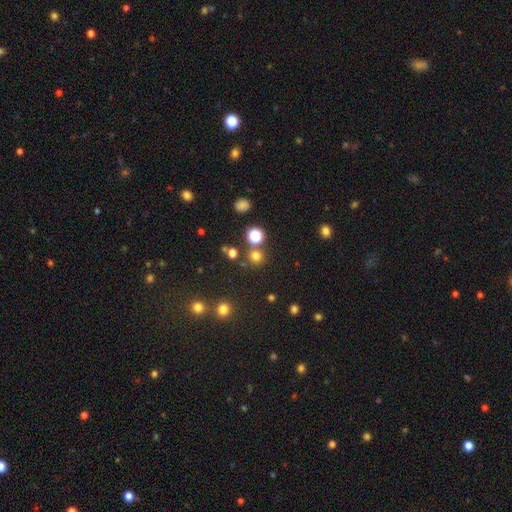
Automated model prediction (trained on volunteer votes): Smooth or featured: smooth — 71% (star or artifact — 22%)
How rounded: round — 92% (in between — 7%)
Merging: none — 78% (merger — 11%)